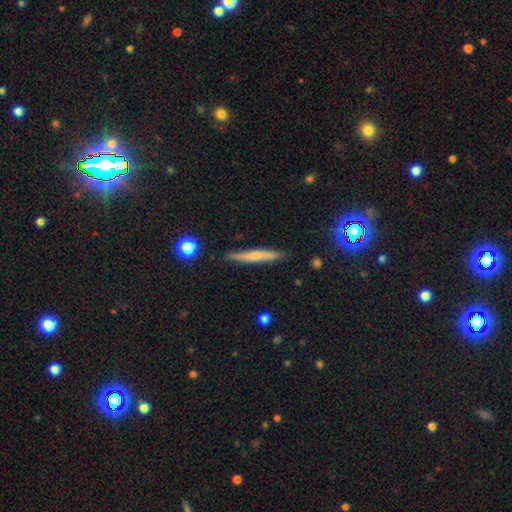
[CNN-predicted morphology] Smooth or featured: smooth — 51% (featured or disk — 41%)
How rounded: cigar-shaped — 94% (in between — 4%)
Merging: none — 87% (minor disturbance — 9%)